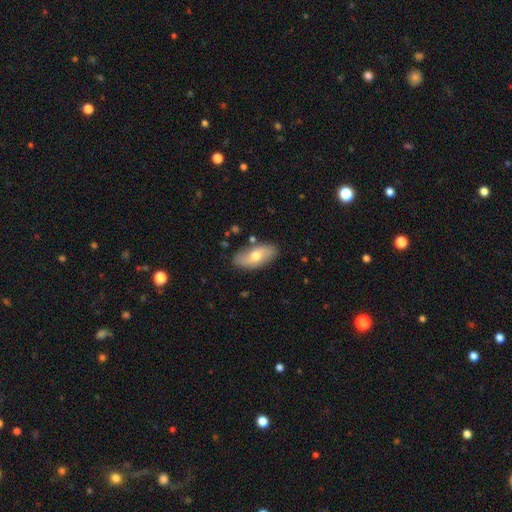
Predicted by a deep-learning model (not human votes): A smooth galaxy with no disk features (55%) that is in between round and cigar-shaped (91%).

Vote fractions:
- Smooth or featured? smooth: 55% / featured or disk: 39% / star or artifact: 6%
- How rounded? in between: 91% / cigar-shaped: 5% / round: 4%
- Merging? none: 82% / minor disturbance: 13% / major disturbance: 3% / merger: 3%